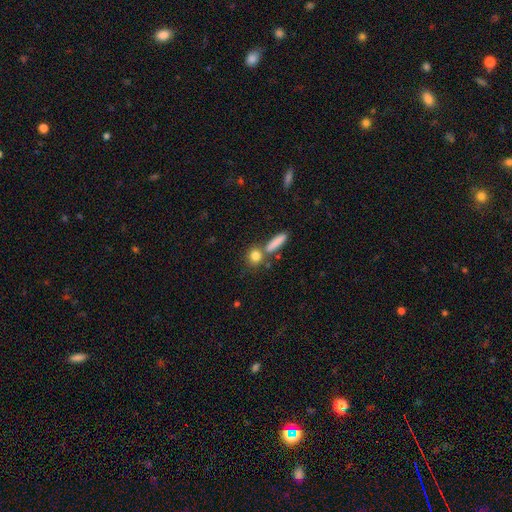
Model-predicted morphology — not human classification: Overall: smooth (82%). How rounded: round (65%). Merging: none (64%).